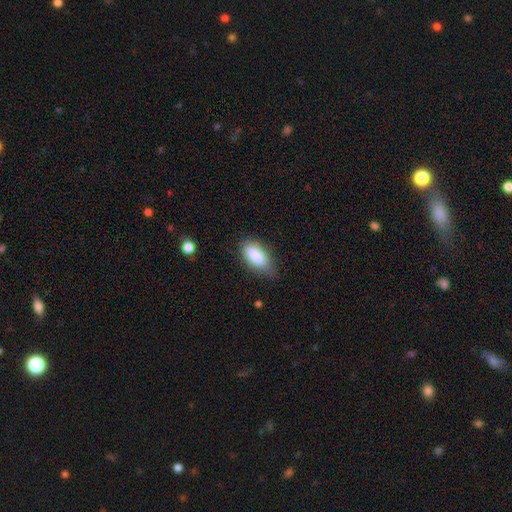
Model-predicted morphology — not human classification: smooth 86%, featured or disk 7%, star or artifact 7%. Down the decision tree: how rounded — in between (88%); merging — none (67%).